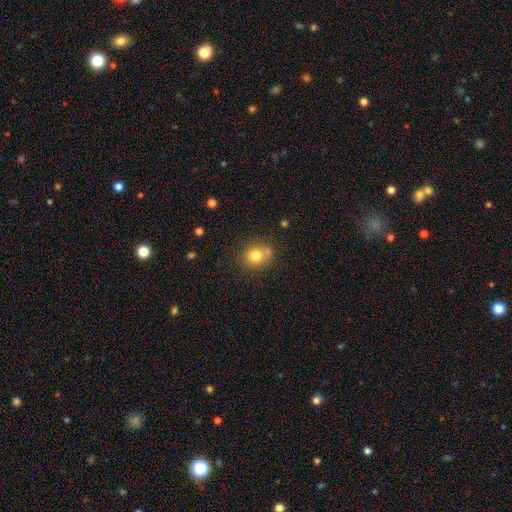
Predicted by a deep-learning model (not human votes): Smooth or featured: smooth — 78% (star or artifact — 11%)
How rounded: round — 77% (in between — 22%)
Merging: none — 65% (minor disturbance — 17%)